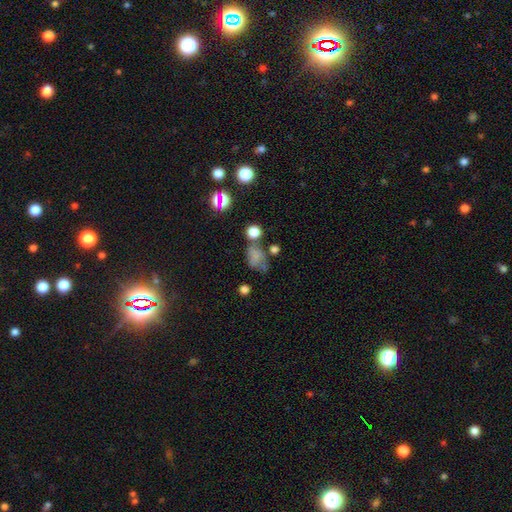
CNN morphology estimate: Smooth or featured? Predicted: smooth (p=0.62). How rounded? Predicted: in between (p=0.64). Merging? Predicted: none (p=0.35).